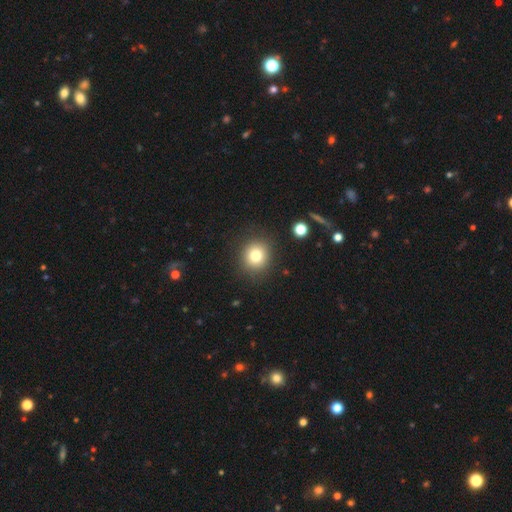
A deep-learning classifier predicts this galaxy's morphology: Overall: smooth (79%). How rounded: round (86%). Merging: none (88%).